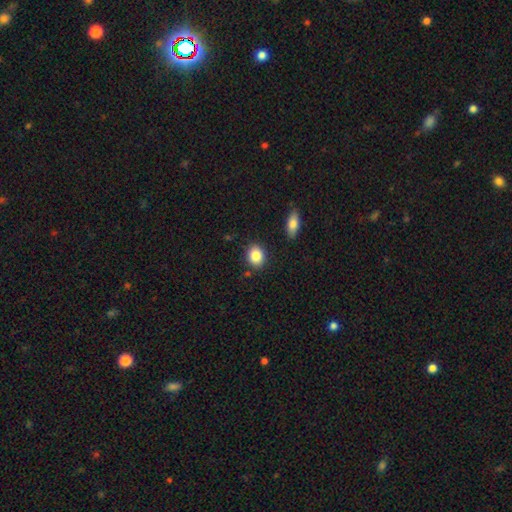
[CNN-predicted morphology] smooth_or_featured: smooth (p=0.85) [alt: star or artifact p=0.08]
how_rounded: in between (p=0.49) [tied with: round p=0.49]
merging: none (p=0.85) [alt: minor disturbance p=0.09]